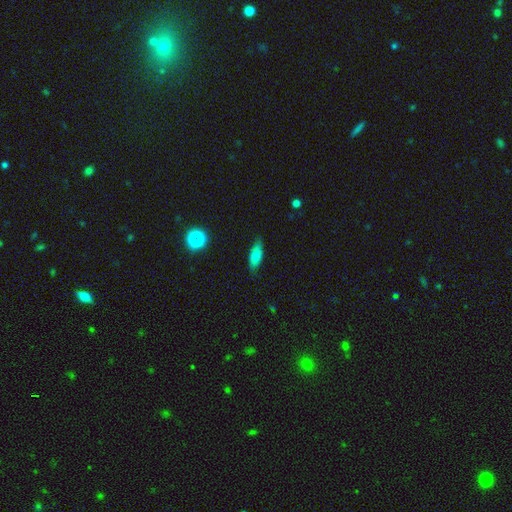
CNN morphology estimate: This appears to be a smooth galaxy with no disk features (75%) that is in between round and cigar-shaped (66%). Merging: none (81%).